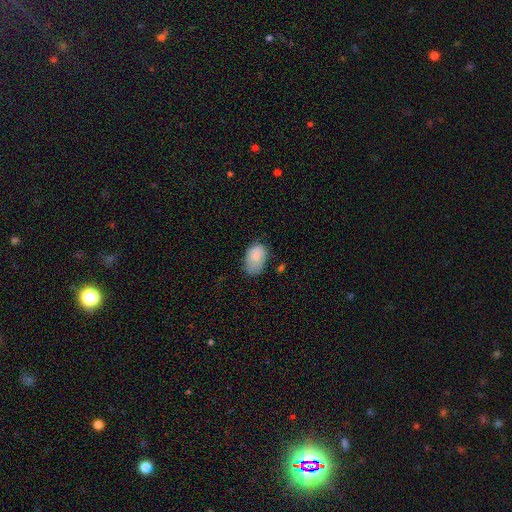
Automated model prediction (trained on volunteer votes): smooth-or-featured: smooth: 82% | featured or disk: 10% | star or artifact: 8%
  how-rounded: in between: 89% | round: 9% | cigar-shaped: 1%
  merging: none: 54% | minor disturbance: 33% | major disturbance: 10% | merger: 3%